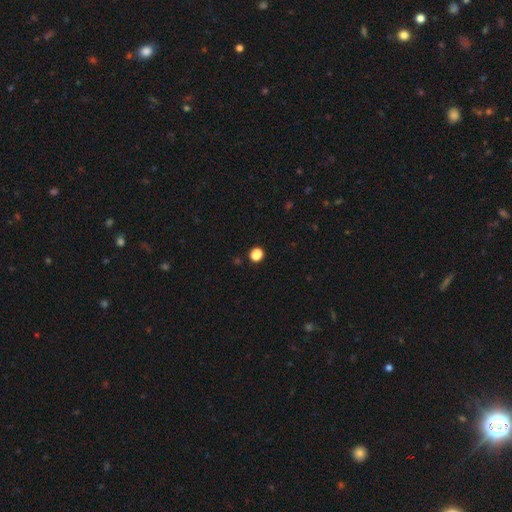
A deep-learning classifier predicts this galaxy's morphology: smooth 81%, star or artifact 16%, featured or disk 3%. Down the decision tree: how rounded — round (73%); merging — none (90%).